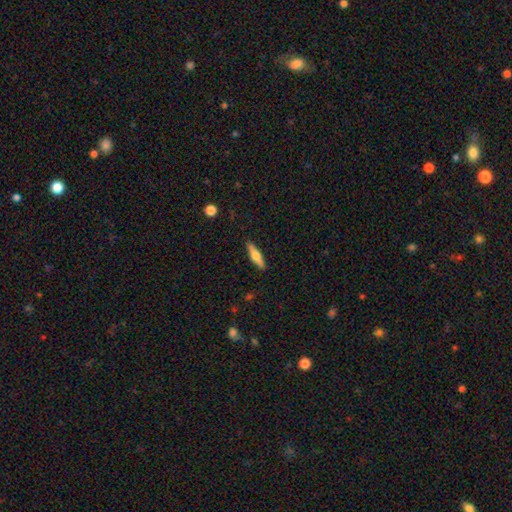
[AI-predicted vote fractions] A featured or disk galaxy (50%).

Vote fractions:
- Smooth or featured? featured or disk: 50% / smooth: 44% / star or artifact: 6%
- Merging? none: 89% / minor disturbance: 8% / major disturbance: 2% / merger: 1%